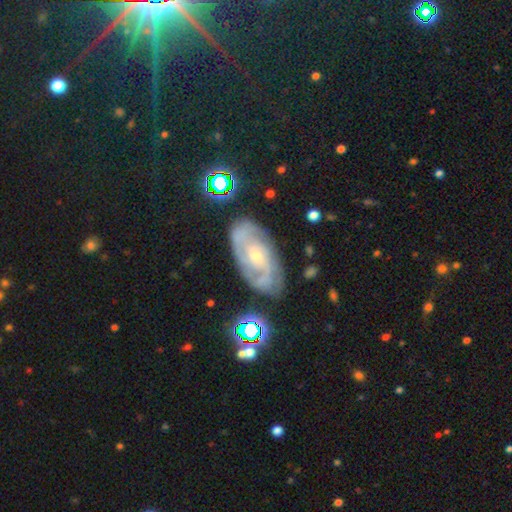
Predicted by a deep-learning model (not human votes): A featured or disk galaxy (81%) with no bar (61%), 2 (47%) tight (60%) spiral arms (95%) and a small central bulge (66%).

Vote fractions:
- Smooth or featured? featured or disk: 81% / smooth: 10% / star or artifact: 8%
- Edge-on disk? no: 95% / yes: 5%
- Bar? no: 61% / weak: 31% / strong: 8%
- Spiral arms? yes: 95% / no: 5%
- Spiral winding? tight: 60% / medium: 33% / loose: 7%
- Spiral arm count? 2: 47% / can't tell: 24% / 3: 16% / 4: 5% / 1: 4% / more than 4: 4%
- Bulge size? small: 66% / moderate: 29% / none: 2% / large: 2% / dominant: 1%
- Merging? none: 75% / minor disturbance: 17% / major disturbance: 5% / merger: 3%